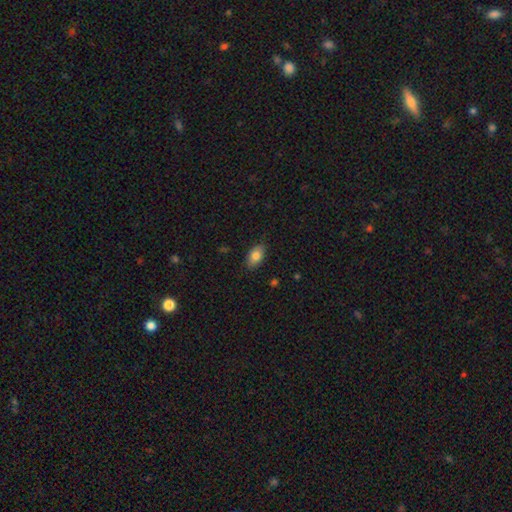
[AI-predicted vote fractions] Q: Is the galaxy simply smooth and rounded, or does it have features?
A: smooth — 81%.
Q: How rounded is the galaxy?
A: in between — 92%.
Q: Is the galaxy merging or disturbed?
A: none — 84%.